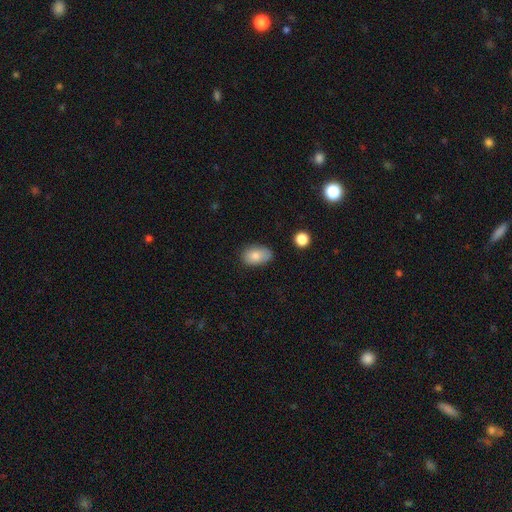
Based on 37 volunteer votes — A smooth galaxy with no disk features (78%) that is in between round and cigar-shaped (97%).

Vote fractions:
- Smooth or featured? smooth: 78% / featured or disk: 16% / star or artifact: 5%
- How rounded? in between: 97% / round: 3% / cigar-shaped: 0%
- Merging? none: 69% / minor disturbance: 17% / major disturbance: 14% / merger: 0%